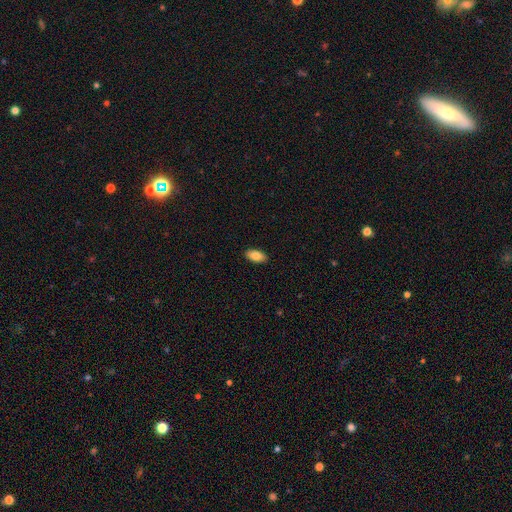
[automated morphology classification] Q: Smooth or featured?
A: smooth (85%); runner-up: featured or disk (8%)
Q: How rounded?
A: in between (94%); runner-up: cigar-shaped (3%)
Q: Merging?
A: none (90%); runner-up: minor disturbance (8%)